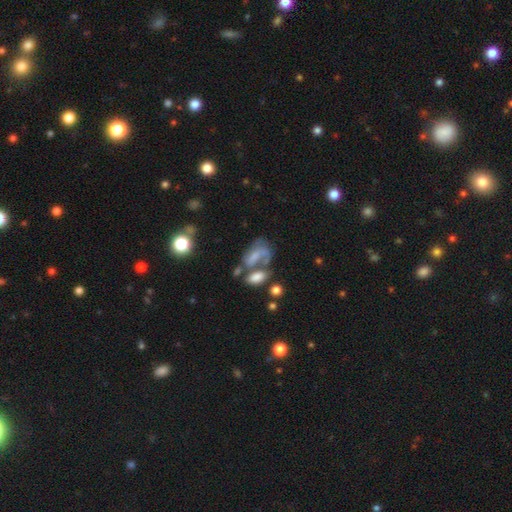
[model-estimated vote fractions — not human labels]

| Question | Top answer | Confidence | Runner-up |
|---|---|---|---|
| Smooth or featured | smooth | 50% | featured or disk (37%) |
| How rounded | in between | 84% | round (12%) |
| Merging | merger | 39% | major disturbance (25%) |